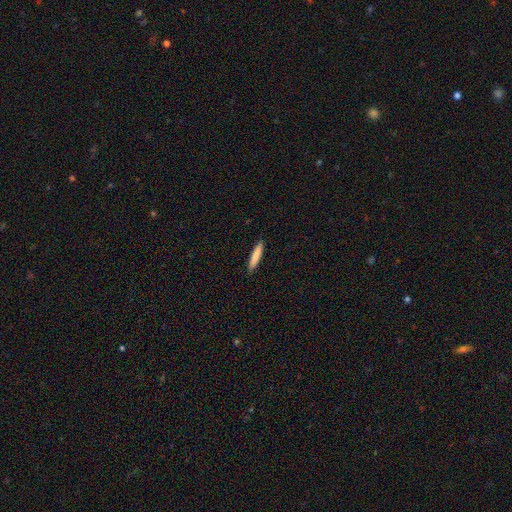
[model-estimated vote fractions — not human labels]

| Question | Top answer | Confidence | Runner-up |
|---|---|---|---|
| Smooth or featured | smooth | 82% | featured or disk (12%) |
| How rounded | cigar-shaped | 91% | in between (8%) |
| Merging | none | 91% | minor disturbance (7%) |